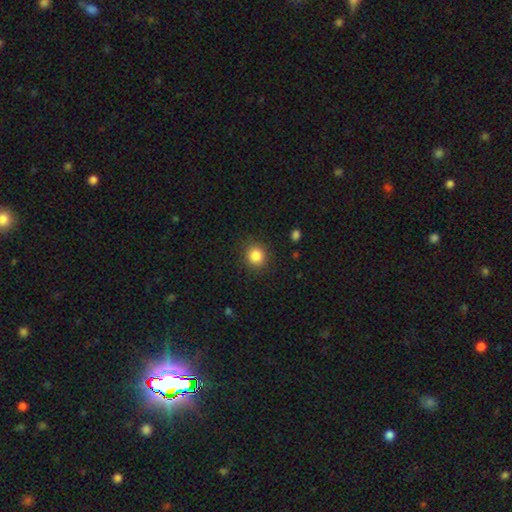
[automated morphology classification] smooth_or_featured: smooth (p=0.85) [alt: star or artifact p=0.11]
how_rounded: round (p=0.89) [alt: in between p=0.10]
merging: none (p=0.89) [alt: minor disturbance p=0.07]